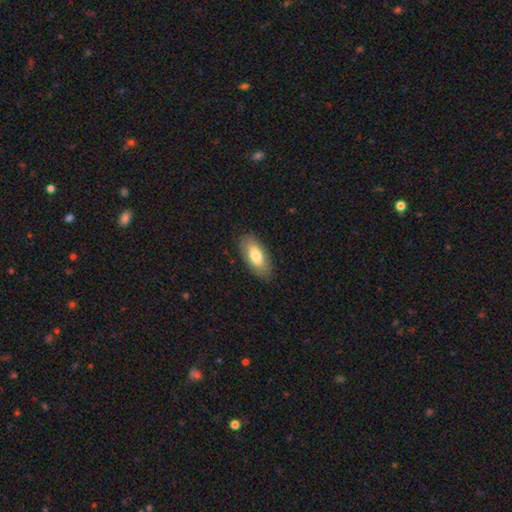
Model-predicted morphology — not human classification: smooth-or-featured: smooth: 72% | featured or disk: 22% | star or artifact: 6%
  how-rounded: in between: 89% | cigar-shaped: 8% | round: 3%
  merging: none: 84% | minor disturbance: 12% | major disturbance: 3% | merger: 1%